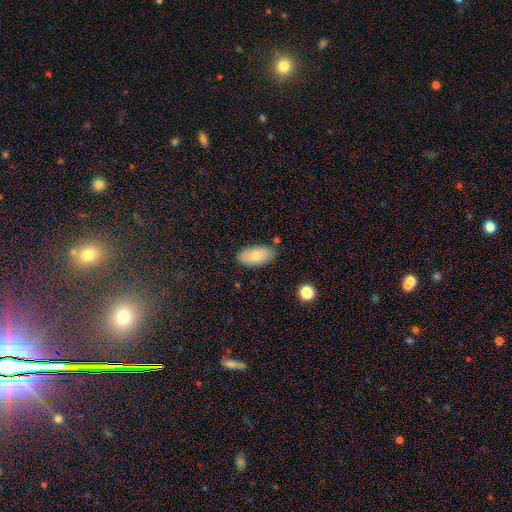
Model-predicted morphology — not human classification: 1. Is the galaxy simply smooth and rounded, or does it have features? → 74% smooth, 20% featured or disk, 7% star or artifact.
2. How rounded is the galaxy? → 94% in between, 3% round, 3% cigar-shaped.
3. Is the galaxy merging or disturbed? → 79% none, 15% minor disturbance, 3% merger, 3% major disturbance.